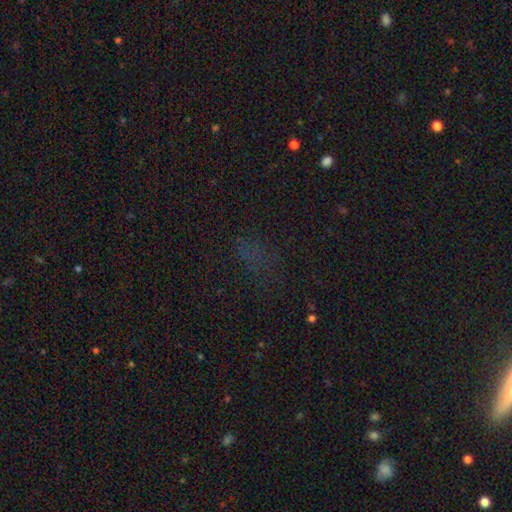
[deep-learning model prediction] star or artifact 52%, smooth 36%, featured or disk 11%.